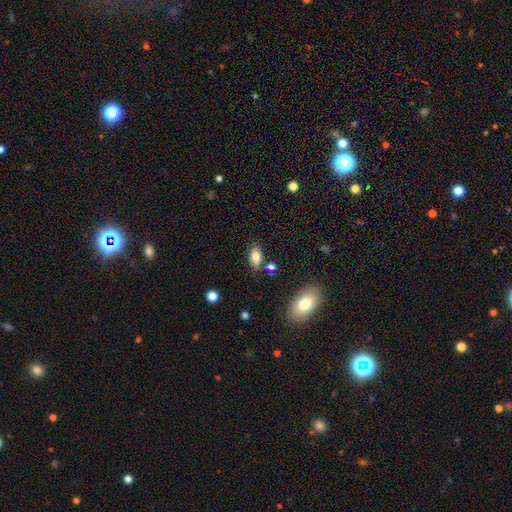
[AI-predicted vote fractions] This is likely a smooth galaxy (80%). How rounded: clearly in between (87%). Merging: likely none (79%).